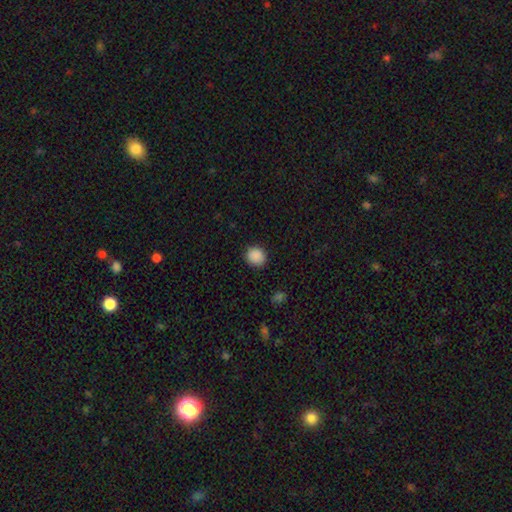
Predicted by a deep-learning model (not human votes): The model was most divided on "how rounded": round: 83%, in between: 16%, cigar-shaped: 1%. More confident: merging — none (89%); smooth or featured — smooth (88%).